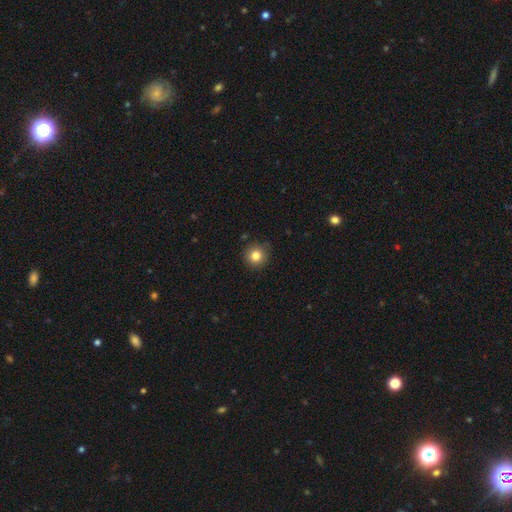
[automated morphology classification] Smooth or featured? smooth (83%)
How rounded? round (93%)
Merging? none (88%)